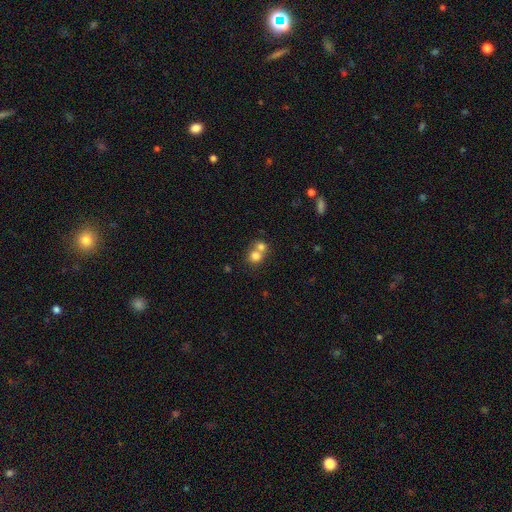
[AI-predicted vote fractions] Q: Smooth or featured?
A: smooth (76%); runner-up: featured or disk (13%)
Q: How rounded?
A: round (80%); runner-up: in between (19%)
Q: Merging?
A: merger (59%); runner-up: none (33%)